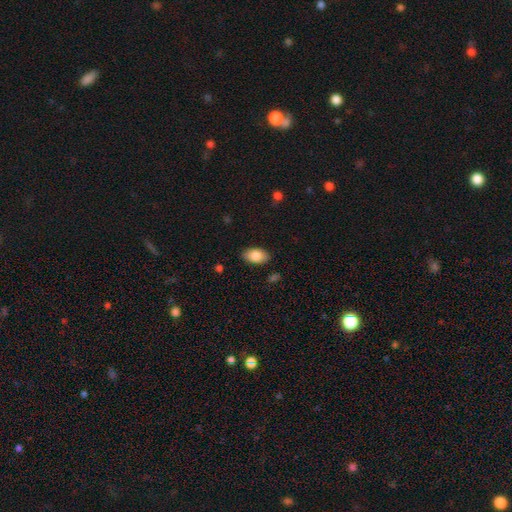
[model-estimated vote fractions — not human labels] Overall: smooth (85%). How rounded: in between (93%). Merging: none (86%).